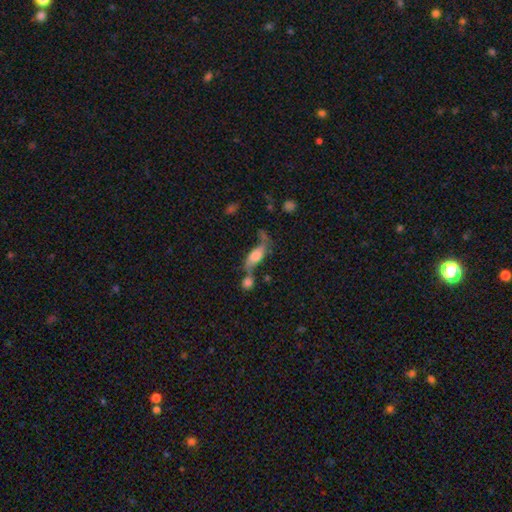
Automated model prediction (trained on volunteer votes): smooth-or-featured: smooth: 52% | featured or disk: 38% | star or artifact: 10%
  how-rounded: in between: 64% | cigar-shaped: 30% | round: 6%
  merging: none: 37% | merger: 35% | minor disturbance: 17% | major disturbance: 11%